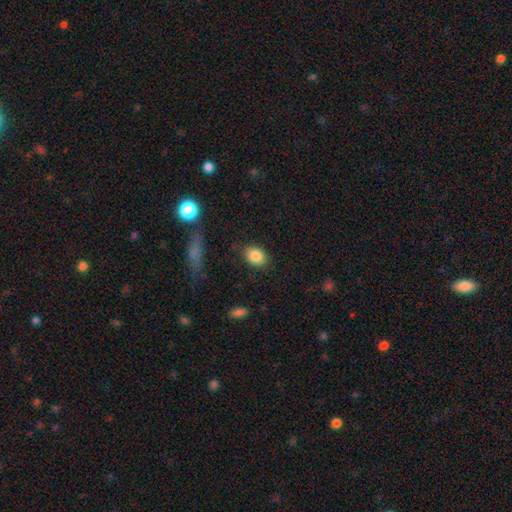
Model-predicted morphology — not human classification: This is clearly a smooth galaxy (86%). How rounded: likely in between (66%). Merging: clearly none (83%).